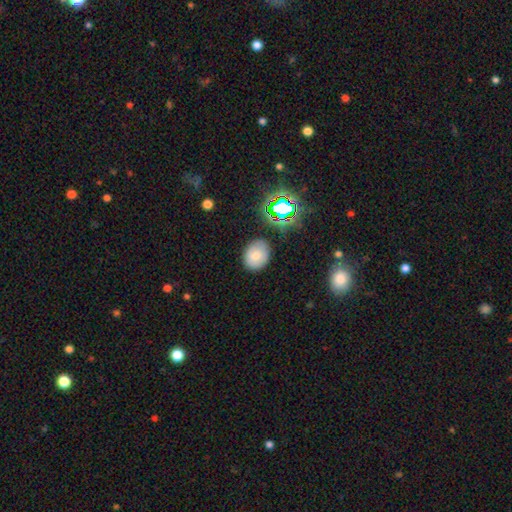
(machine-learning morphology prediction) Overall: smooth (75%). How rounded: round (53%; in between 47%). Merging: none (83%).